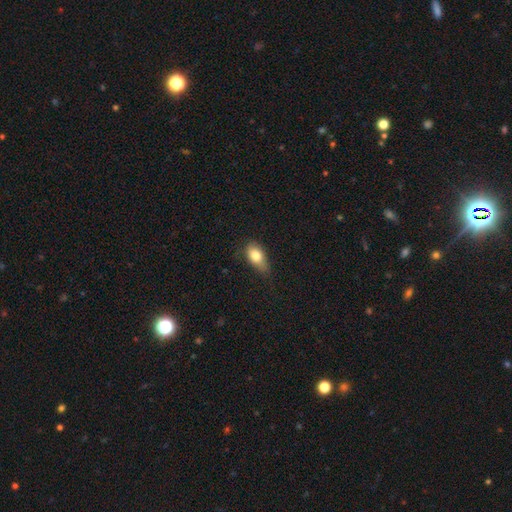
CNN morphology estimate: Smooth or featured: smooth — 79% (featured or disk — 13%)
How rounded: in between — 86% (round — 9%)
Merging: none — 52% (minor disturbance — 37%)